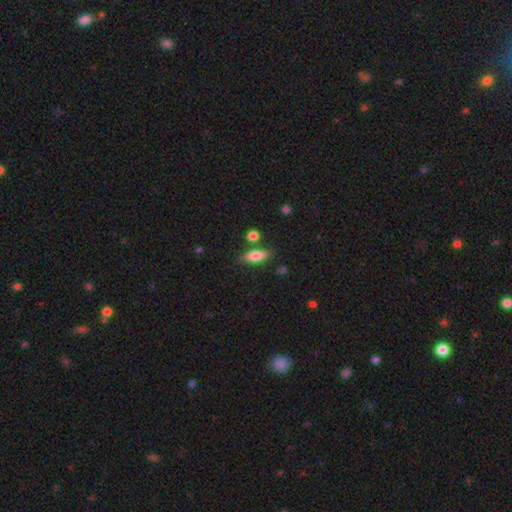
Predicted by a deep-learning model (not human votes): A smooth galaxy with no disk features (66%) that is in between round and cigar-shaped (56%).

Vote fractions:
- Smooth or featured? smooth: 66% / featured or disk: 26% / star or artifact: 8%
- How rounded? in between: 56% / cigar-shaped: 40% / round: 4%
- Merging? none: 77% / minor disturbance: 13% / merger: 6% / major disturbance: 3%